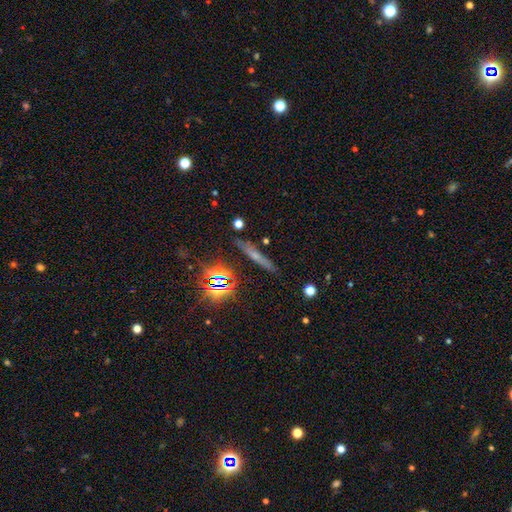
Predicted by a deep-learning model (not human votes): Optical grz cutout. It shows a smooth galaxy with no disk features (45%). Merging: none (85%).